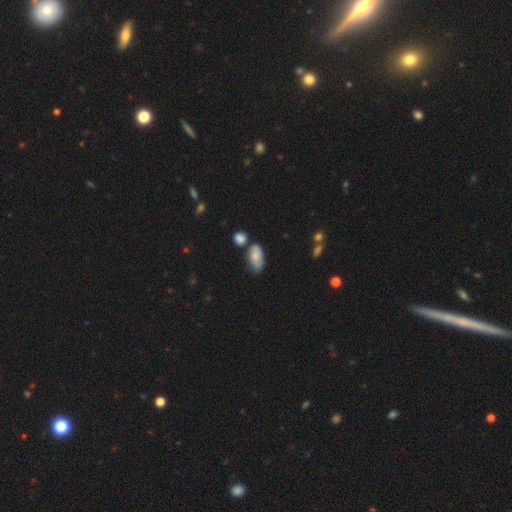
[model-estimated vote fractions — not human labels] Q: Smooth or featured?
A: smooth (75%); runner-up: featured or disk (17%)
Q: How rounded?
A: in between (91%); runner-up: round (5%)
Q: Merging?
A: none (48%); runner-up: minor disturbance (31%)